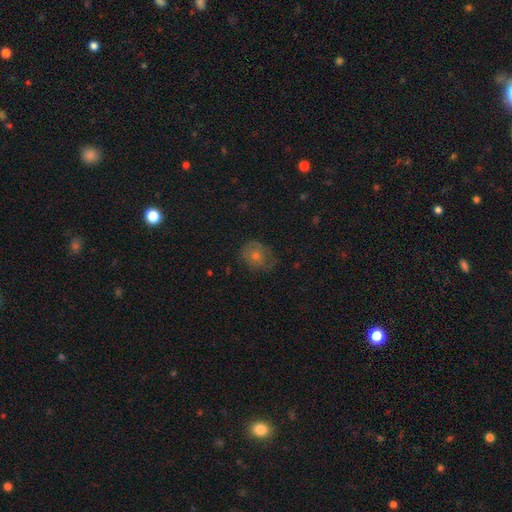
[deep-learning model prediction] smooth-or-featured: smooth: 50% | featured or disk: 35% | star or artifact: 15%
  merging: none: 67% | minor disturbance: 23% | major disturbance: 9% | merger: 1%